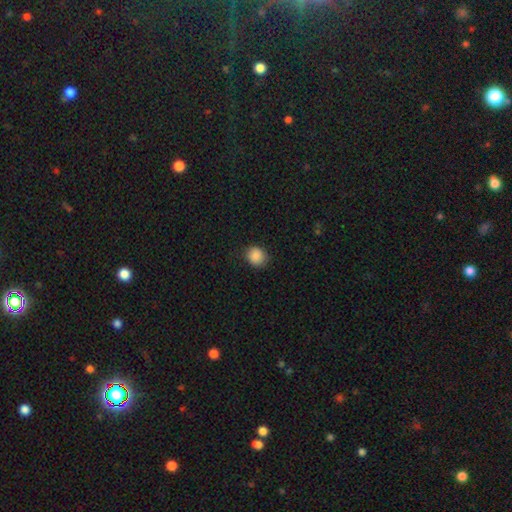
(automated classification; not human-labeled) A smooth galaxy with no disk features (88%) that is round (74%). Merging: none (79%).